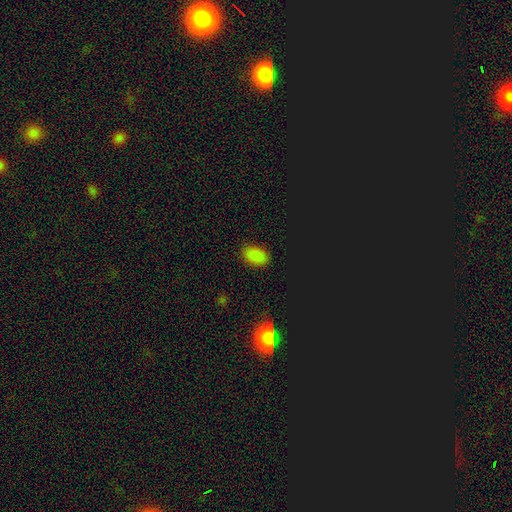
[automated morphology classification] Smooth or featured? smooth (81%)
How rounded? in between (91%)
Merging? none (86%)